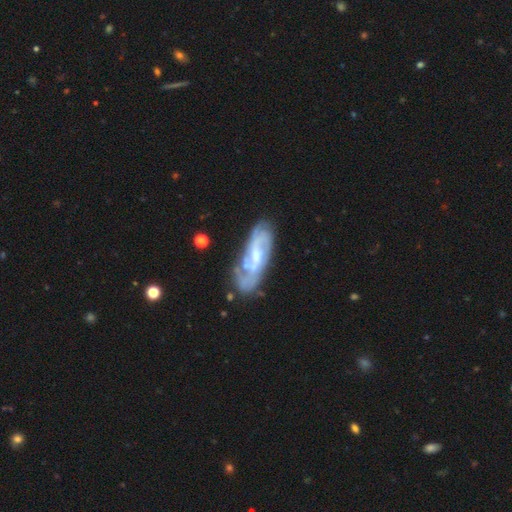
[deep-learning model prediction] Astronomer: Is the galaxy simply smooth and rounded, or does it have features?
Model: featured or disk — 79%.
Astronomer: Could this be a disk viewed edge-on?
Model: no — 89%.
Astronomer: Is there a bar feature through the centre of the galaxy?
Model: weak — 48% (runner-up: no, 36%).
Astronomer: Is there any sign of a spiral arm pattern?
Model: yes — 92%.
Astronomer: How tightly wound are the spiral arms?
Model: tight — 47% (runner-up: medium, 39%).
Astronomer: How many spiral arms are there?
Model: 2 — 39% (runner-up: can't tell, 34%).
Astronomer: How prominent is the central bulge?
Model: small — 46% (runner-up: moderate, 41%).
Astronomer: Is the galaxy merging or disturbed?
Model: none — 70%.